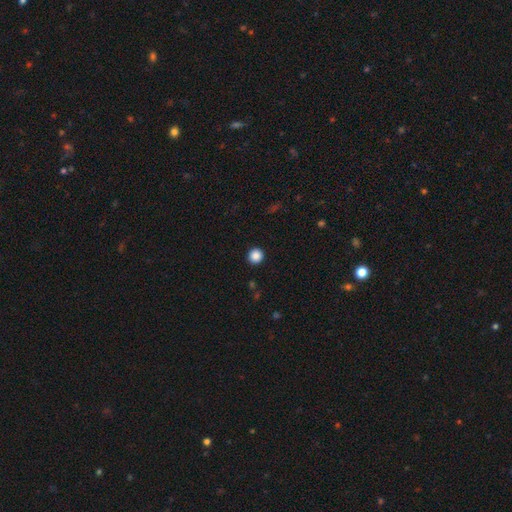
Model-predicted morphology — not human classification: Overall: smooth (87%). How rounded: round (94%). Merging: none (93%).